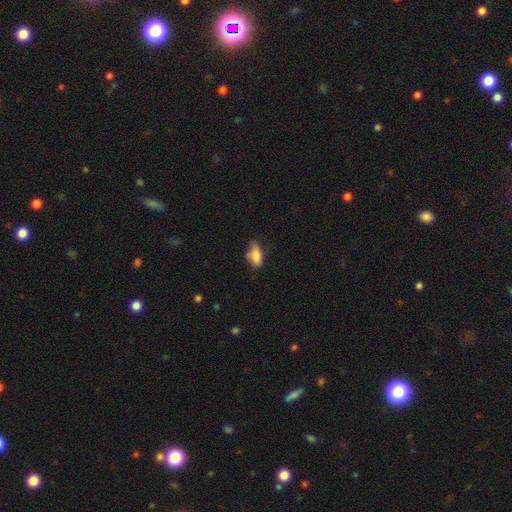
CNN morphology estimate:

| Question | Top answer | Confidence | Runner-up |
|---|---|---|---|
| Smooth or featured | smooth | 78% | featured or disk (14%) |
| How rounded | in between | 85% | cigar-shaped (10%) |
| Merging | none | 44% | minor disturbance (38%) |